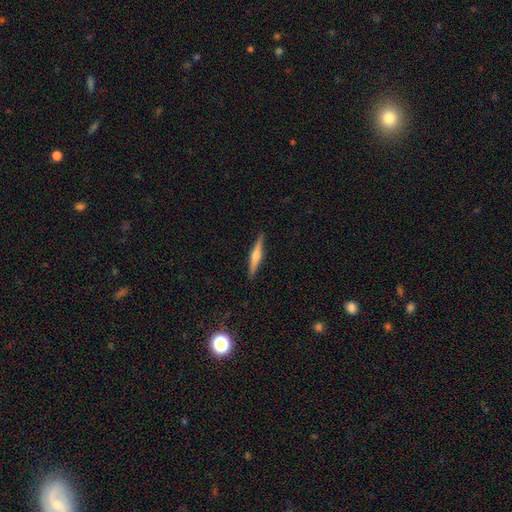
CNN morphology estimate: featured or disk 65%, smooth 29%, star or artifact 6%. Down the decision tree: edge-on disk — yes (98%); edge-on bulge — rounded (80%); merging — none (91%).